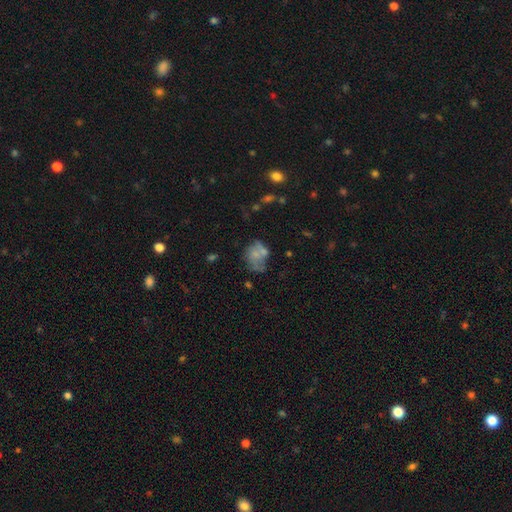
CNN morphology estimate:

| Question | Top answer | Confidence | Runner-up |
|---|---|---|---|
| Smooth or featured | smooth | 49% | featured or disk (39%) |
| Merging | none | 35% | minor disturbance (23%) |